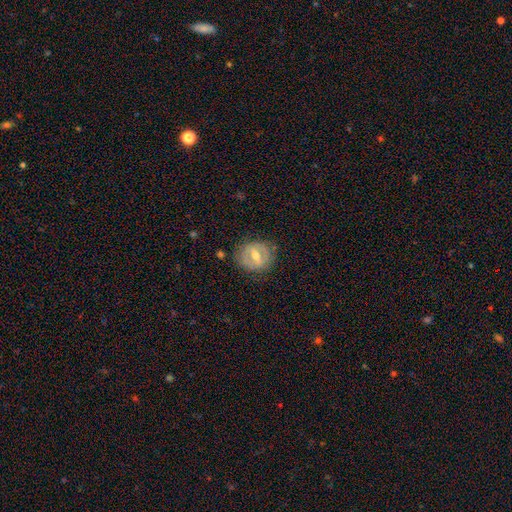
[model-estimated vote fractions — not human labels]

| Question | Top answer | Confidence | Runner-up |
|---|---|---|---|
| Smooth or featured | featured or disk | 58% | smooth (33%) |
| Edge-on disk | no | 91% | yes (9%) |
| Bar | strong | 47% | weak (37%) |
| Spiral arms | no | 72% | yes (28%) |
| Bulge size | moderate | 68% | small (24%) |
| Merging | none | 80% | minor disturbance (13%) |